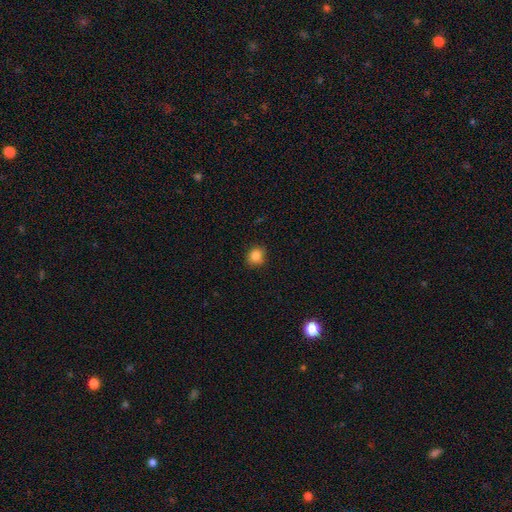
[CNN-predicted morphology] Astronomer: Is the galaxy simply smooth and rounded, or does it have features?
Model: smooth — 85%.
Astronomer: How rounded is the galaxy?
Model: round — 76%.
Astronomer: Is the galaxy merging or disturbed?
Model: none — 86%.